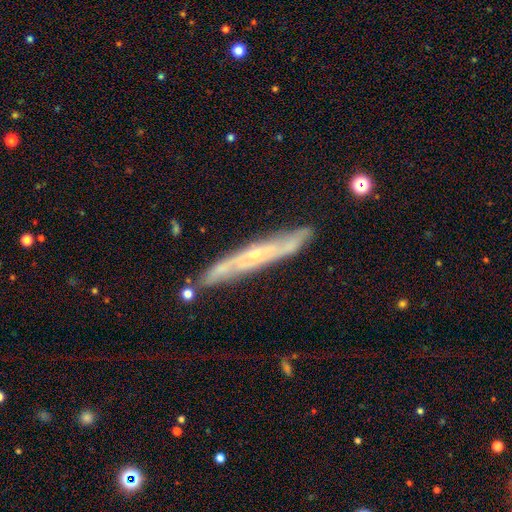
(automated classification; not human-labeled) Smooth or featured? featured or disk (74%)
Edge-on disk? yes (67%)
Merging? none (77%)